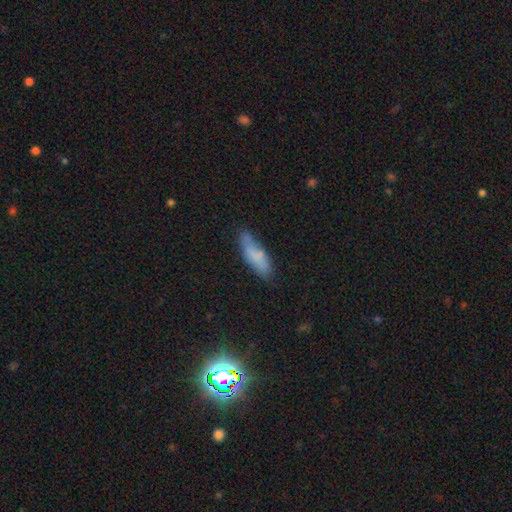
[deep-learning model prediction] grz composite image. It shows a smooth galaxy with no disk features (75%) that is in between round and cigar-shaped (52%). Merging: none (68%).